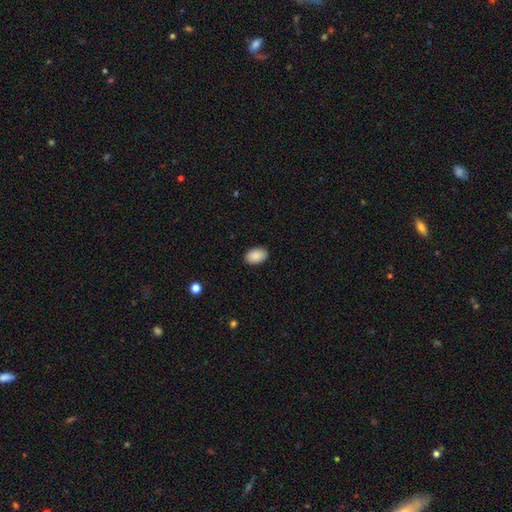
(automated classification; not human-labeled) Overall: smooth (90%). How rounded: in between (91%). Merging: none (89%).